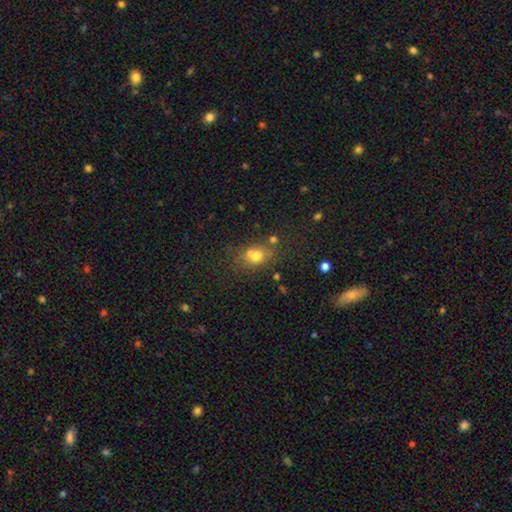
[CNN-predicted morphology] smooth-or-featured: smooth: 70% | star or artifact: 15% | featured or disk: 14%
  how-rounded: round: 50% | in between: 49% | cigar-shaped: 2%
  merging: none: 55% | merger: 22% | minor disturbance: 16% | major disturbance: 6%